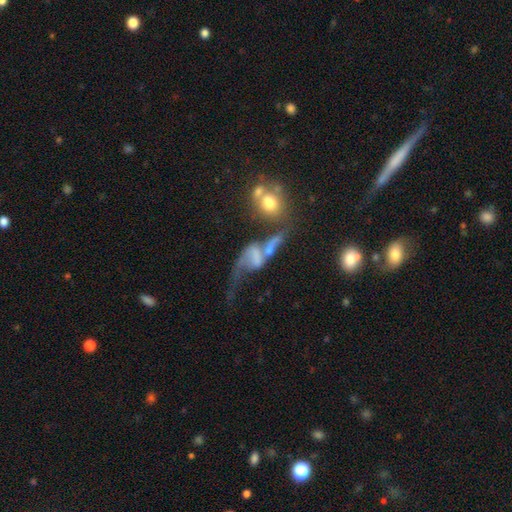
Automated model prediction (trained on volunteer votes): Morphology: type=featured or disk (62%); edge-on=no (92%); bar=no (52%); spiral arms=yes (71%); bulge=none (39%); merging=major disturbance (33%).